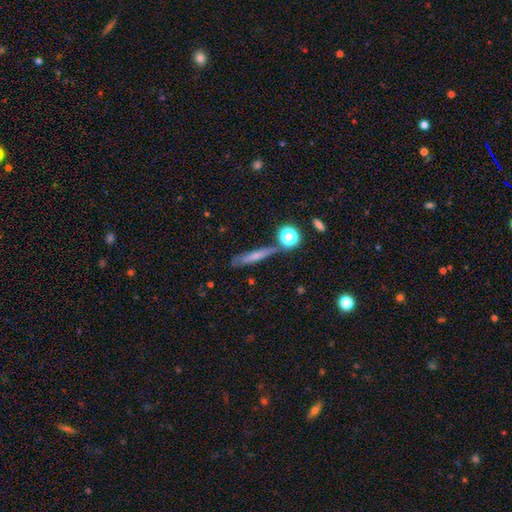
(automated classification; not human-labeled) This appears to be a smooth galaxy with no disk features (57%) that is cigar-shaped (81%). Merging: none (72%).